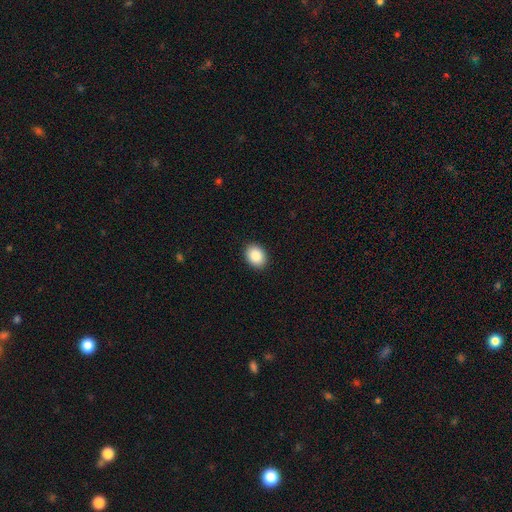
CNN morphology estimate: Smooth or featured? Predicted: smooth (p=0.88). How rounded? Predicted: in between (p=0.66). Merging? Predicted: none (p=0.91).